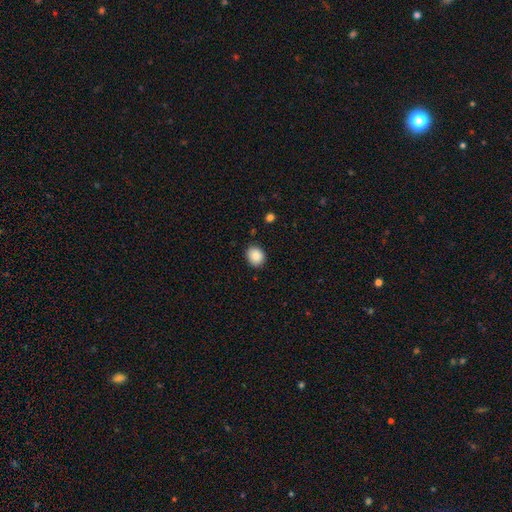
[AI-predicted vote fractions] The model was most divided on "how rounded": round: 65%, in between: 34%, cigar-shaped: 1%. More confident: smooth or featured — smooth (89%); merging — none (87%).